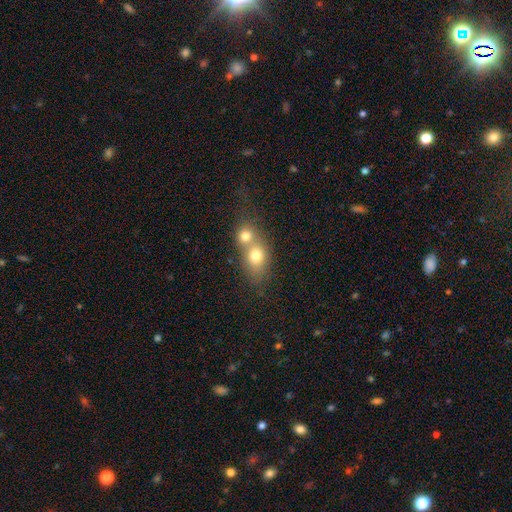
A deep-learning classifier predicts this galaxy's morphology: Overall: smooth (72%). How rounded: in between (49%, tied with round). Merging: merger (69%).